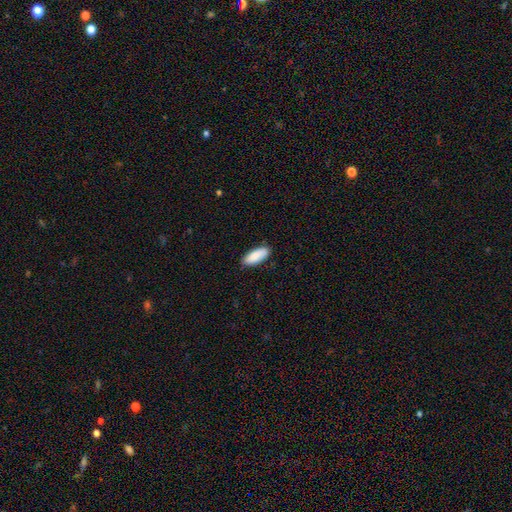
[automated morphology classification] type=smooth (87%); roundness=in between (78%); merging=none (86%).